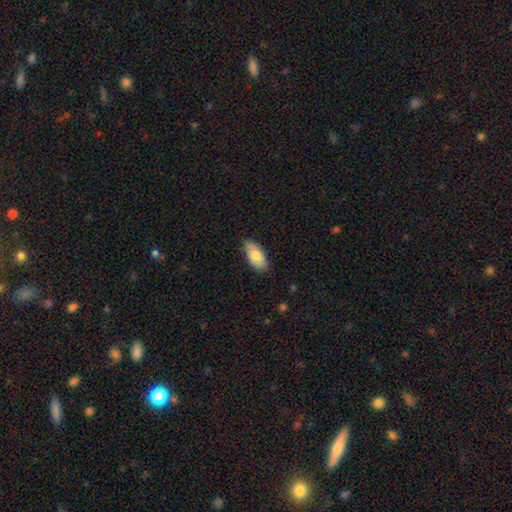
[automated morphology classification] Overall: smooth (88%). How rounded: in between (92%). Merging: none (69%).